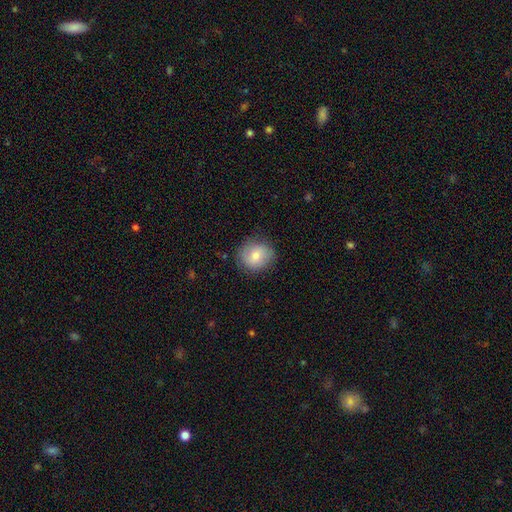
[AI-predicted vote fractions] Smooth or featured? smooth (75%)
How rounded? round (82%)
Merging? none (85%)